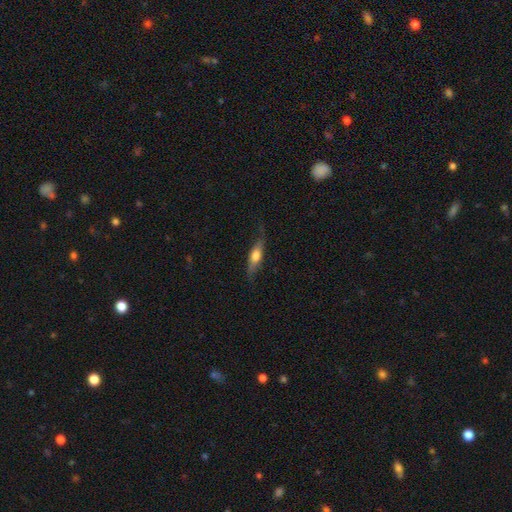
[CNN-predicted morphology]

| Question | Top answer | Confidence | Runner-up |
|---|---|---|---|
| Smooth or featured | smooth | 48% | featured or disk (46%) |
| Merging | none | 64% | minor disturbance (25%) |